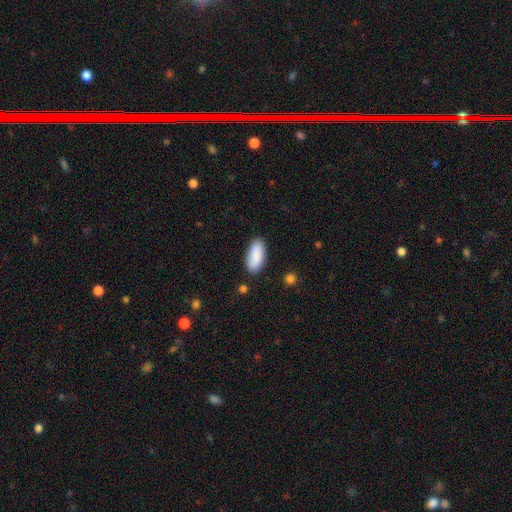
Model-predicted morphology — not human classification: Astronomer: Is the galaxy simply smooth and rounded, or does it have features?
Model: smooth — 88%.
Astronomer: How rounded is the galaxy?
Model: in between — 87%.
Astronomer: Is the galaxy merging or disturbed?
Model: none — 85%.